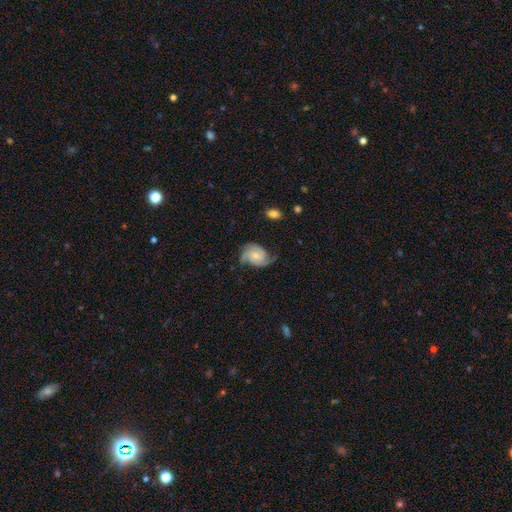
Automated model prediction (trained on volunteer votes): featured or disk 78%, smooth 16%, star or artifact 6%. Down the decision tree: edge-on disk — no (97%); bar — no (68%); spiral arms — yes (95%); spiral arm count — 2 (63%); spiral winding — medium (43%); bulge size — small (49%); merging — none (57%).